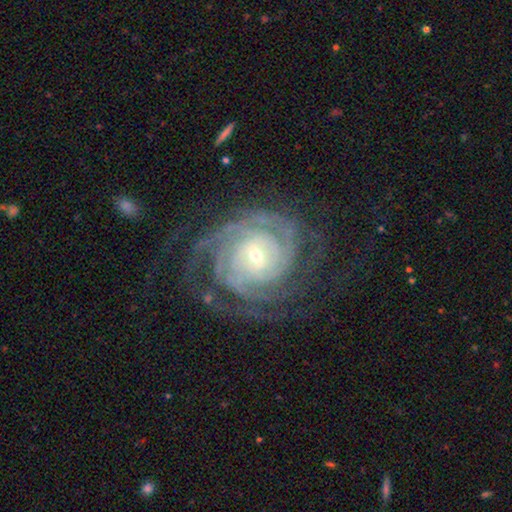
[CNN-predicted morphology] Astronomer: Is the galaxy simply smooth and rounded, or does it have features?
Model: featured or disk — 91%.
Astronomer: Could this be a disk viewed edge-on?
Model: no — 97%.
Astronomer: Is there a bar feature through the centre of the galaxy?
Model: weak — 44% (runner-up: no, 38%).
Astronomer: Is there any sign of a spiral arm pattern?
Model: yes — 98%.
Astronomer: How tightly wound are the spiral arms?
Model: tight — 78%.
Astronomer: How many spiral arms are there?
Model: can't tell — 24% (runner-up: 4, 22%).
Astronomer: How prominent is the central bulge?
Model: small — 57% (runner-up: moderate, 39%).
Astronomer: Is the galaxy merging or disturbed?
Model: none — 72%.